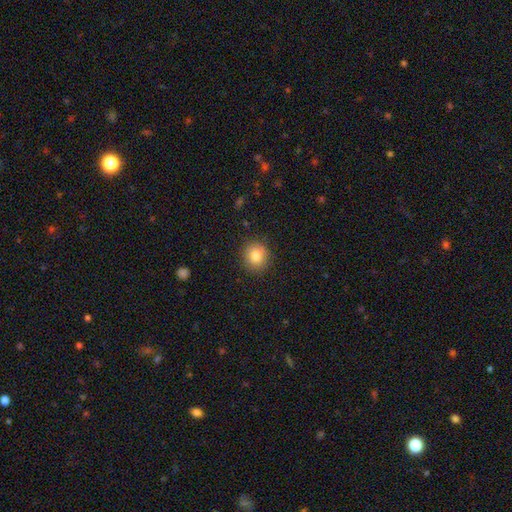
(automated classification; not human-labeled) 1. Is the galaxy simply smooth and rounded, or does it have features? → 82% smooth, 10% star or artifact, 8% featured or disk.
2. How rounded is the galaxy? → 83% round, 16% in between, 1% cigar-shaped.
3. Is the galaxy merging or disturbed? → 87% none, 9% minor disturbance, 3% major disturbance, 1% merger.